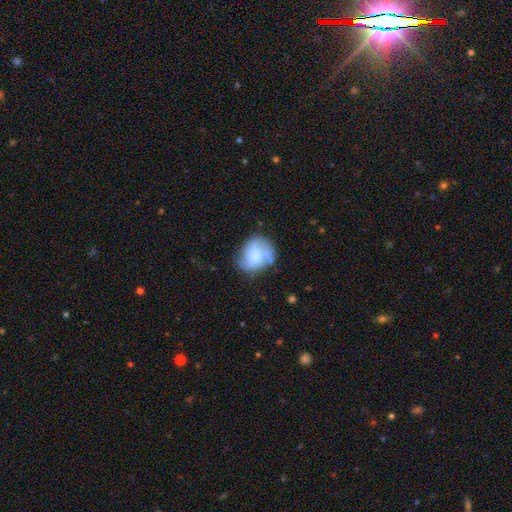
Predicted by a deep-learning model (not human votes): Smooth or featured? Predicted: smooth (p=0.54). How rounded? Predicted: round (p=0.58). Merging? Predicted: none (p=0.48).